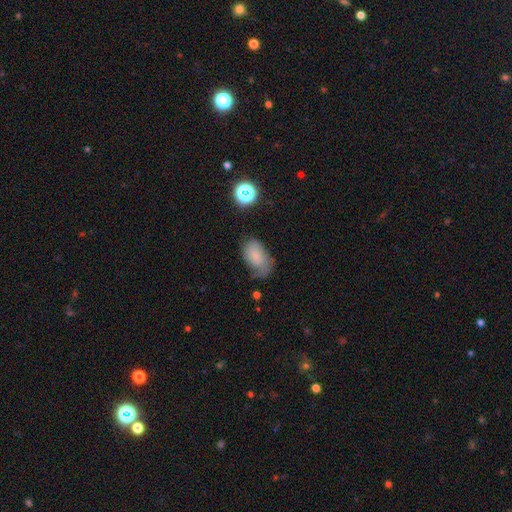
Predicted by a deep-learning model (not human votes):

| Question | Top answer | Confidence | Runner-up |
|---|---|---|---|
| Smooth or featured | smooth | 64% | featured or disk (23%) |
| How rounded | in between | 88% | round (10%) |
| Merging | none | 40% | minor disturbance (35%) |